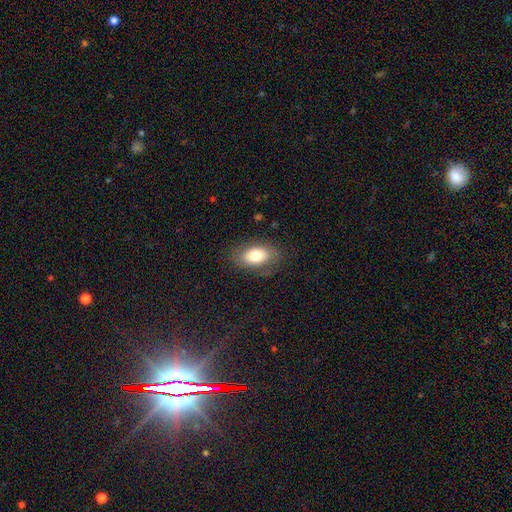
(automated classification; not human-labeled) Smooth or featured? smooth (74%)
How rounded? in between (92%)
Merging? none (77%)